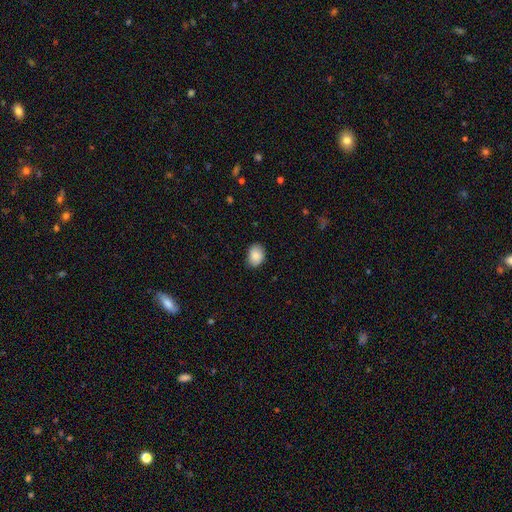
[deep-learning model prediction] smooth_or_featured: smooth (p=0.88) [alt: star or artifact p=0.07]
how_rounded: in between (p=0.69) [alt: round p=0.30]
merging: none (p=0.84) [alt: minor disturbance p=0.13]